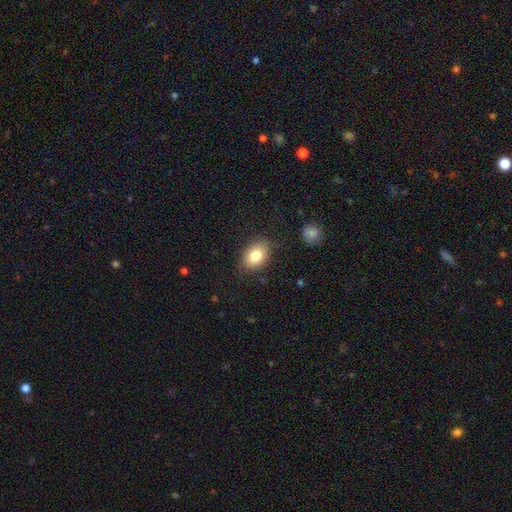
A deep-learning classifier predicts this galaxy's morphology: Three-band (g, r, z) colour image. It shows a smooth galaxy with no disk features (81%) that is in between round and cigar-shaped (78%). Merging: none (81%).